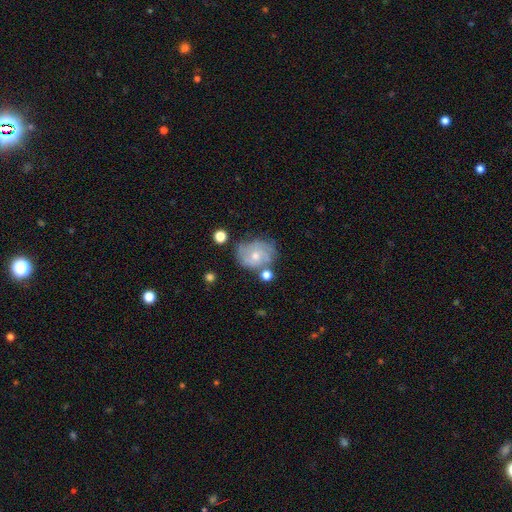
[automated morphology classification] This is possibly a featured or disk galaxy (59%). It is clearly not viewed edge-on (97%). Bar: likely no (76%). Spiral arm pattern: likely yes (78%). Central bulge: possibly moderate (50%). Merging: possibly none (55%).